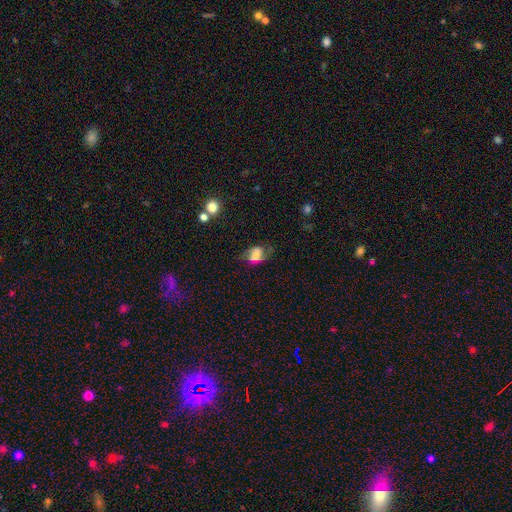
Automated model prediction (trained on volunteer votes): smooth_or_featured: featured or disk (p=0.51) [alt: smooth p=0.39]
disk_edge_on: no (p=0.95) [alt: yes p=0.05]
merging: none (p=0.57) [alt: minor disturbance p=0.23]